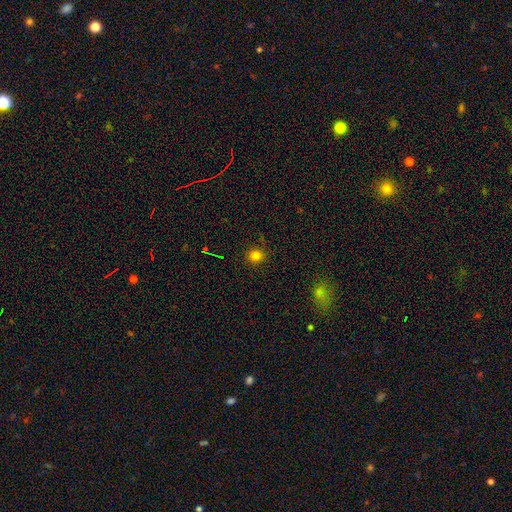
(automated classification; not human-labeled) This is likely a smooth galaxy (79%). How rounded: clearly round (85%). Merging: clearly none (88%).